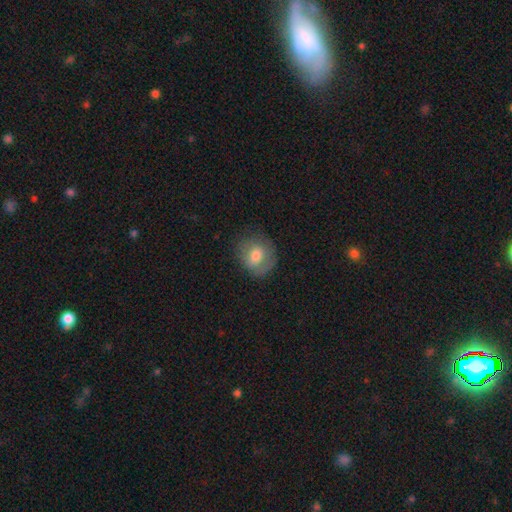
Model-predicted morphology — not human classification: smooth_or_featured: smooth (p=0.69) [alt: featured or disk p=0.23]
how_rounded: round (p=0.70) [alt: in between p=0.29]
merging: none (p=0.71) [alt: minor disturbance p=0.20]